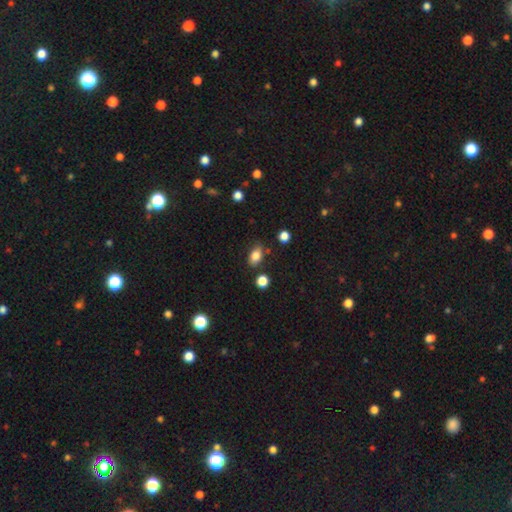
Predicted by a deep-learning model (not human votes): Overall: smooth (84%). How rounded: in between (81%). Merging: none (75%).